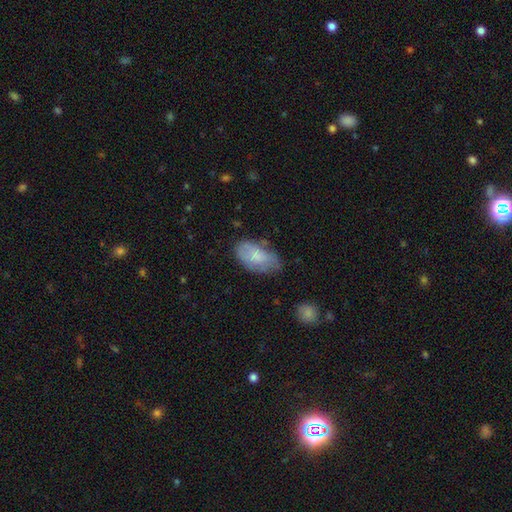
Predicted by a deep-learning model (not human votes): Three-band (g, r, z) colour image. It shows a smooth galaxy with no disk features (69%) that is in between round and cigar-shaped (94%). Merging: none (55%).